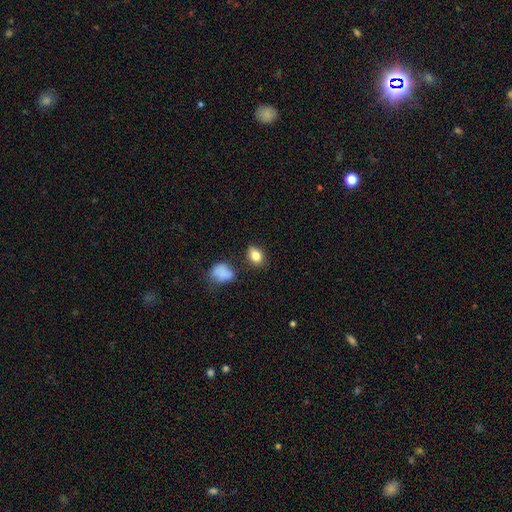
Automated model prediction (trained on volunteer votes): A smooth galaxy with no disk features (83%) that is in between round and cigar-shaped (72%).

Vote fractions:
- Smooth or featured? smooth: 83% / star or artifact: 10% / featured or disk: 8%
- How rounded? in between: 72% / round: 27% / cigar-shaped: 2%
- Merging? none: 79% / minor disturbance: 13% / merger: 4% / major disturbance: 3%